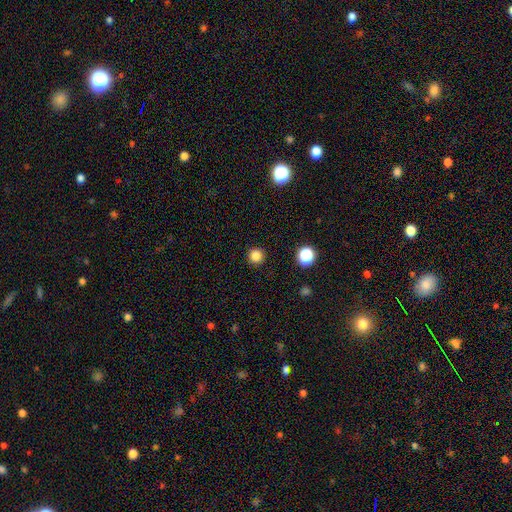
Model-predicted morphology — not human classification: Overall: smooth (83%). How rounded: round (96%). Merging: none (92%).